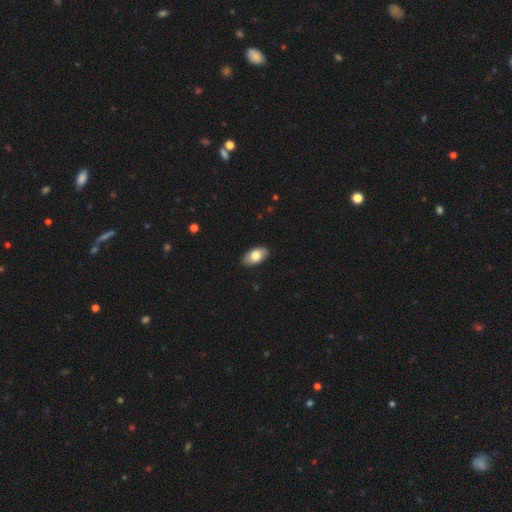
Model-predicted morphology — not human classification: A smooth galaxy with no disk features (77%) that is in between round and cigar-shaped (94%). Merging: none (88%).